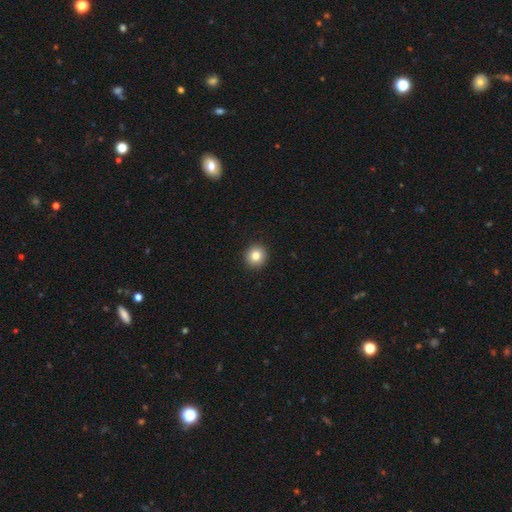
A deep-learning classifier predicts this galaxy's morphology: smooth-or-featured: smooth: 83% | star or artifact: 10% | featured or disk: 7%
  how-rounded: round: 93% | in between: 6% | cigar-shaped: 1%
  merging: none: 93% | minor disturbance: 5% | major disturbance: 1% | merger: 1%